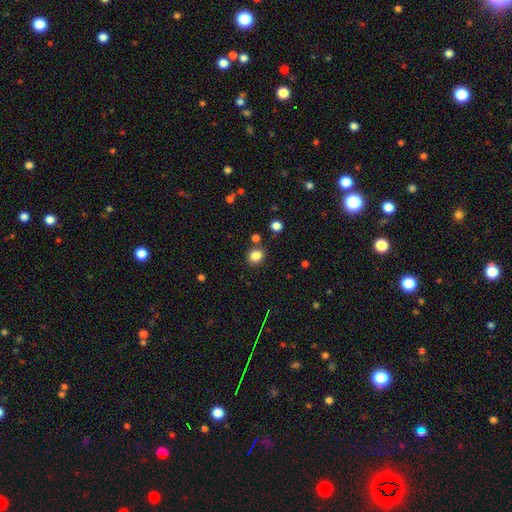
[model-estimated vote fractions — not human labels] Q: Smooth or featured?
A: smooth (84%); runner-up: star or artifact (11%)
Q: How rounded?
A: round (60%); runner-up: in between (39%)
Q: Merging?
A: none (81%); runner-up: minor disturbance (10%)